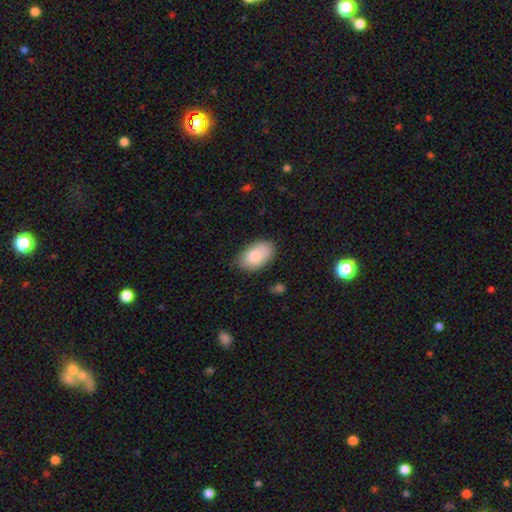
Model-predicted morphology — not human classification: Q: Smooth or featured?
A: smooth (85%); runner-up: featured or disk (9%)
Q: How rounded?
A: in between (94%); runner-up: round (5%)
Q: Merging?
A: none (73%); runner-up: minor disturbance (21%)